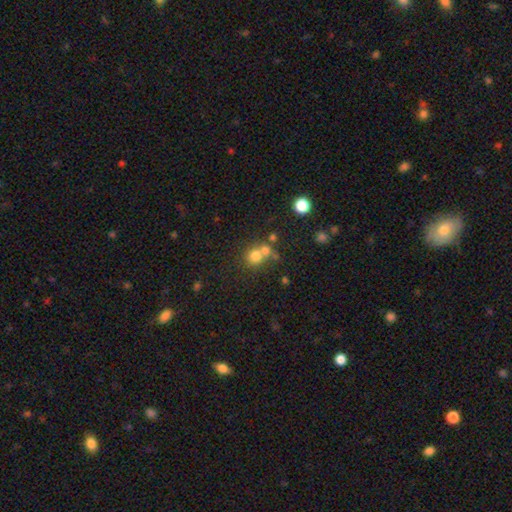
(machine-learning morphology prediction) This is likely a smooth galaxy (74%). How rounded: clearly round (84%). Merging: marginally none (45%).